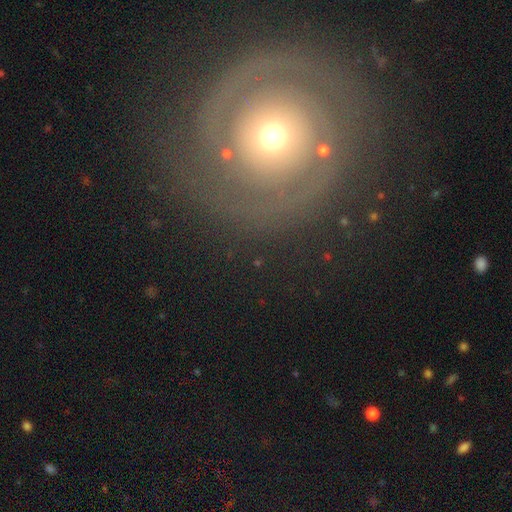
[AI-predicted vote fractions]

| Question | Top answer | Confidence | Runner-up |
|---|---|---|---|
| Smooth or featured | featured or disk | 78% | smooth (14%) |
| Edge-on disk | no | 97% | yes (3%) |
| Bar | no | 84% | weak (11%) |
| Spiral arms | yes | 83% | no (17%) |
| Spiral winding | tight | 74% | medium (19%) |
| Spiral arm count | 2 | 61% | can't tell (16%) |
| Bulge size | moderate | 59% | small (29%) |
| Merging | none | 79% | minor disturbance (11%) |